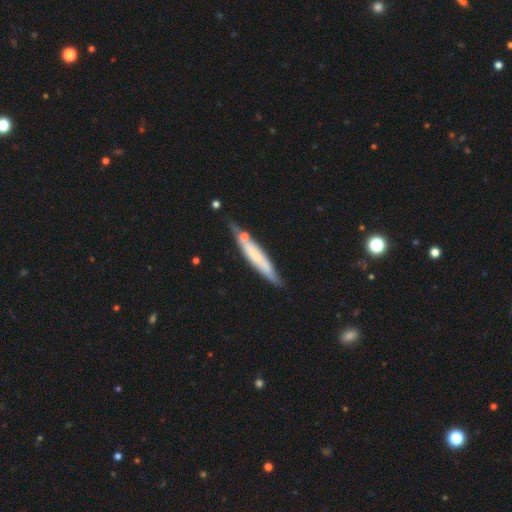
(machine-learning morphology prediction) This appears to be a smooth galaxy with no disk features (52%) that is cigar-shaped (91%). Merging: none (66%).